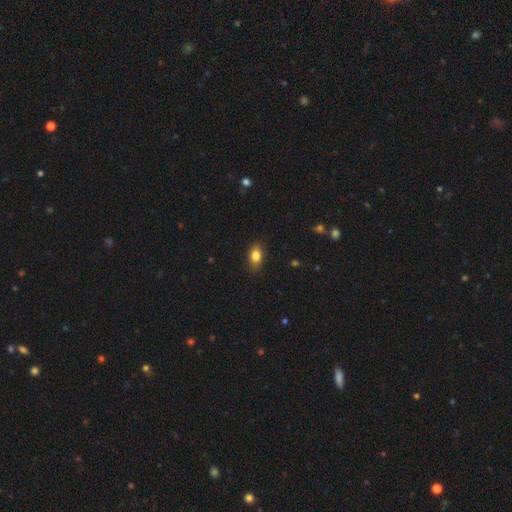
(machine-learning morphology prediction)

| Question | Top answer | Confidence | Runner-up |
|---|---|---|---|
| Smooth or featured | smooth | 81% | featured or disk (10%) |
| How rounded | in between | 83% | round (13%) |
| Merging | none | 85% | minor disturbance (12%) |